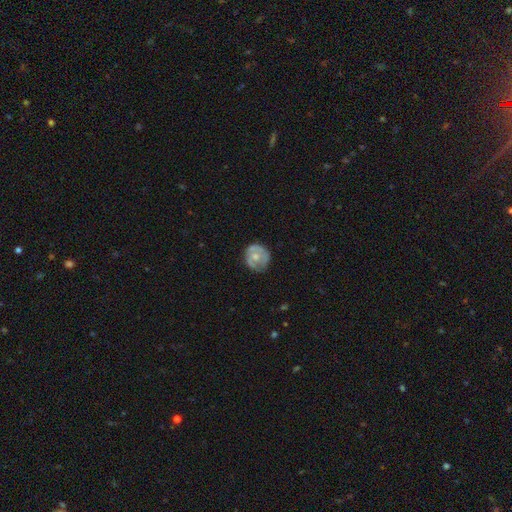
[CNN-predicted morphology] Q: Smooth or featured?
A: featured or disk (52%); runner-up: smooth (42%)
Q: Edge-on disk?
A: no (97%); runner-up: yes (3%)
Q: Bar?
A: no (78%); runner-up: weak (18%)
Q: Spiral arms?
A: yes (56%); runner-up: no (44%)
Q: Bulge size?
A: moderate (57%); runner-up: small (32%)
Q: Merging?
A: none (63%); runner-up: minor disturbance (25%)